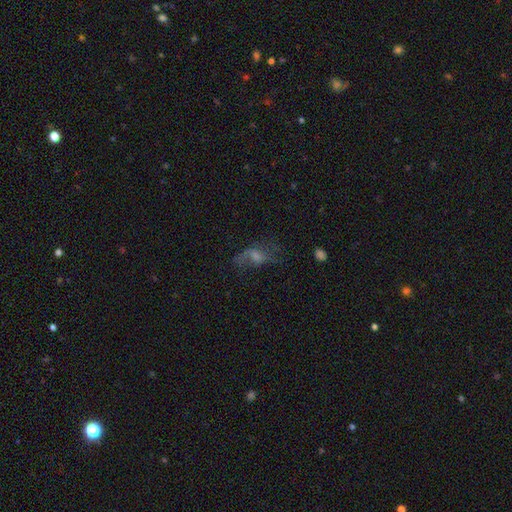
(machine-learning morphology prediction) The model was most divided on "merging": none: 44%, major disturbance: 33%, minor disturbance: 20%, merger: 3%. Remaining: smooth or featured — featured or disk (49%).